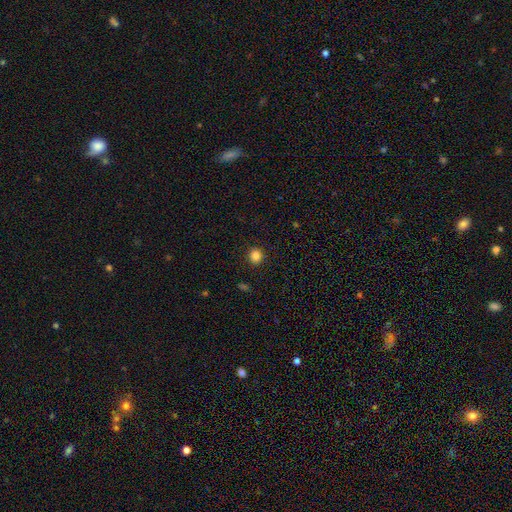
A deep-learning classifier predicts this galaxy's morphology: Overall: smooth (85%). How rounded: round (79%). Merging: none (91%).